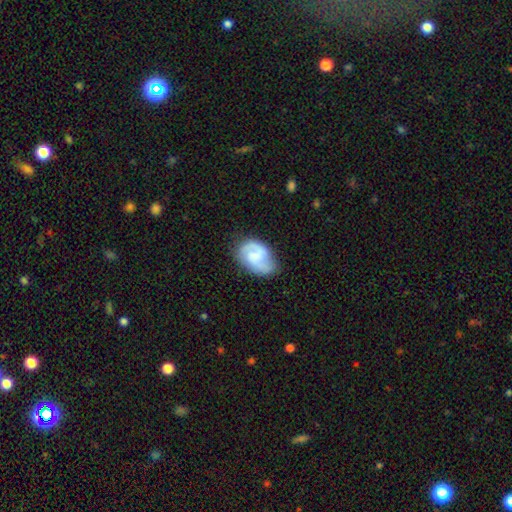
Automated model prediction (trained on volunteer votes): Q: Smooth or featured?
A: featured or disk (67%); runner-up: smooth (27%)
Q: Edge-on disk?
A: no (98%); runner-up: yes (2%)
Q: Bar?
A: weak (48%); runner-up: no (41%)
Q: Spiral arms?
A: yes (93%); runner-up: no (7%)
Q: Spiral winding?
A: medium (50%); runner-up: tight (25%)
Q: Spiral arm count?
A: 2 (82%); runner-up: can't tell (8%)
Q: Bulge size?
A: none (42%); runner-up: small (30%)
Q: Merging?
A: none (67%); runner-up: minor disturbance (22%)